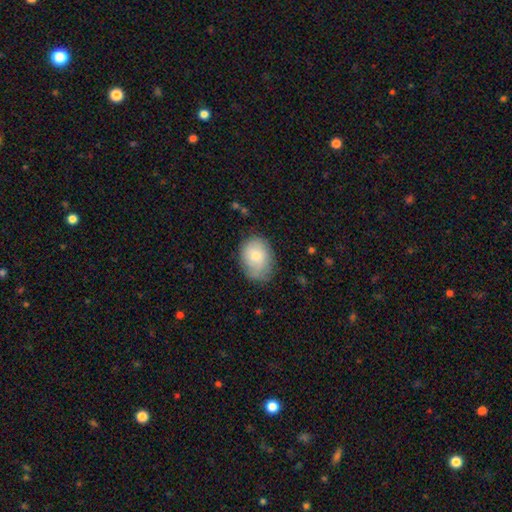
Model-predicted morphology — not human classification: Smooth or featured? smooth (75%)
How rounded? in between (70%)
Merging? none (70%)